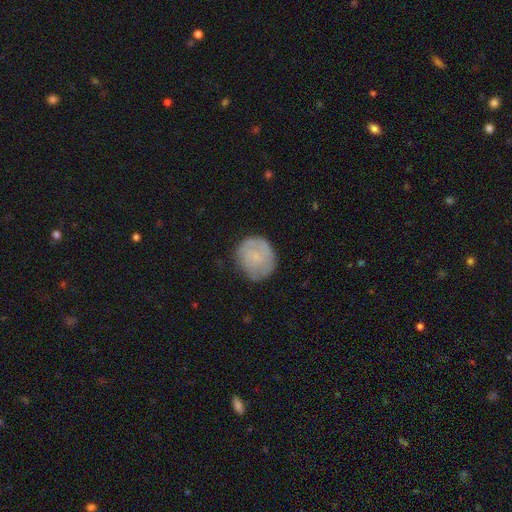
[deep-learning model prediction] Smooth or featured?
  - smooth: 55% *
  - featured or disk: 38%
  - star or artifact: 8%
How rounded?
  - round: 84% *
  - in between: 15%
  - cigar-shaped: 1%
Merging?
  - none: 73% *
  - minor disturbance: 20%
  - major disturbance: 6%
  - merger: 1%